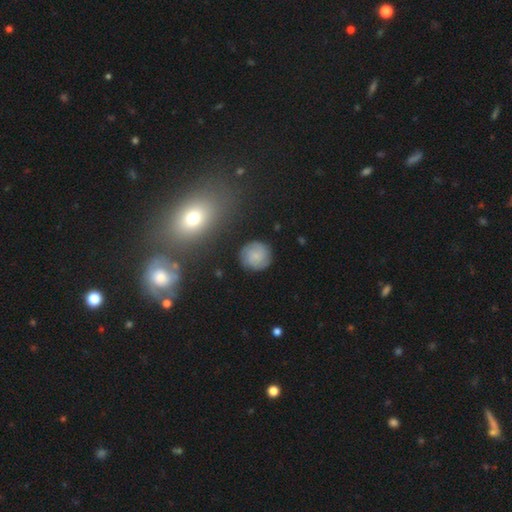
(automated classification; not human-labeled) This is likely a smooth galaxy (63%). How rounded: clearly round (91%). Merging: clearly none (84%).